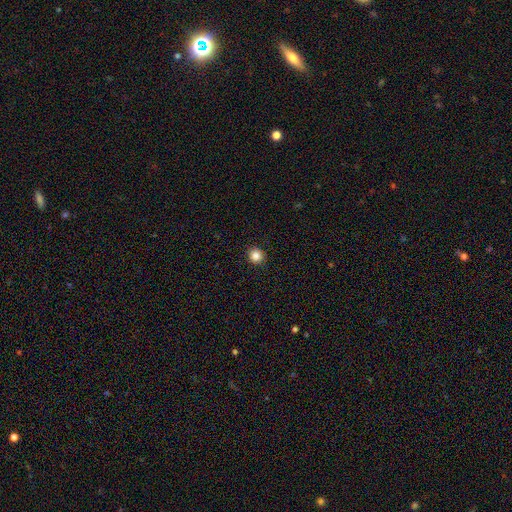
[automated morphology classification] Smooth or featured: smooth — 85% (star or artifact — 11%)
How rounded: round — 94% (in between — 5%)
Merging: none — 93% (minor disturbance — 5%)